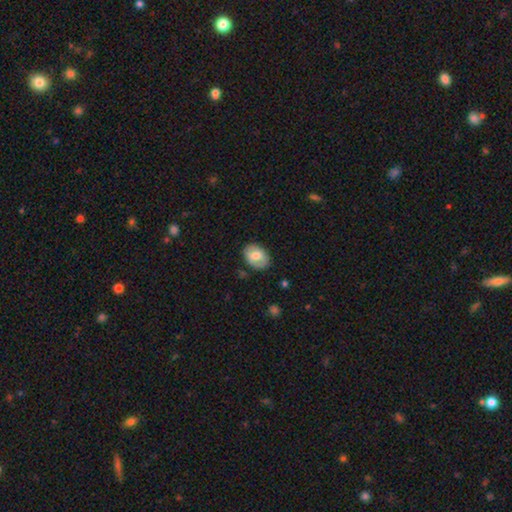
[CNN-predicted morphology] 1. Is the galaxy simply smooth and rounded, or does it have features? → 67% smooth, 26% featured or disk, 7% star or artifact.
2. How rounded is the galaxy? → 76% in between, 23% round, 1% cigar-shaped.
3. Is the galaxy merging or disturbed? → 79% none, 16% minor disturbance, 4% major disturbance, 1% merger.